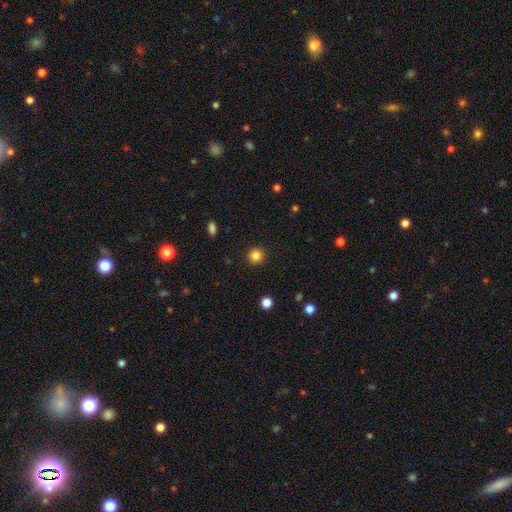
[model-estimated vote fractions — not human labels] A smooth galaxy with no disk features (83%) that is round (95%).

Vote fractions:
- Smooth or featured? smooth: 83% / star or artifact: 12% / featured or disk: 5%
- How rounded? round: 95% / in between: 4% / cigar-shaped: 1%
- Merging? none: 92% / minor disturbance: 5% / major disturbance: 2% / merger: 1%